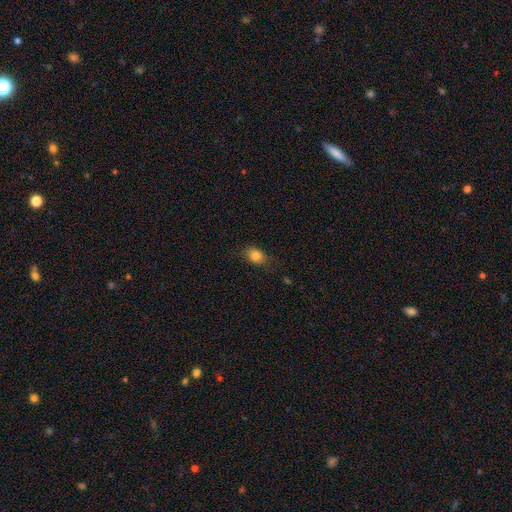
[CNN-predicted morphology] smooth 83%, star or artifact 10%, featured or disk 7%. Down the decision tree: how rounded — in between (72%); merging — none (79%).